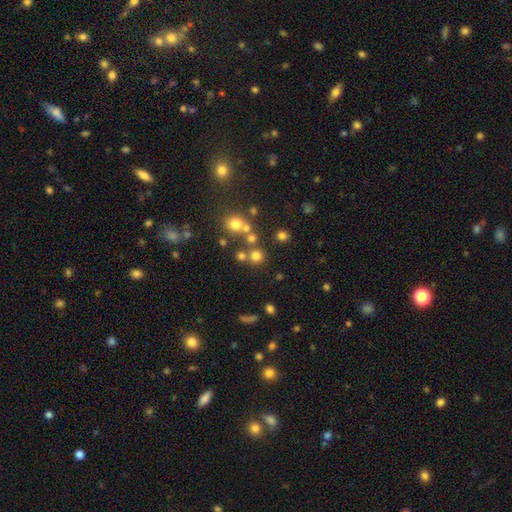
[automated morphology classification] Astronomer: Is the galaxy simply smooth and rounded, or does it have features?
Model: smooth — 71%.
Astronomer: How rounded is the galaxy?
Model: round — 91%.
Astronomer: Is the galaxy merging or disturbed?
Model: none — 68%.